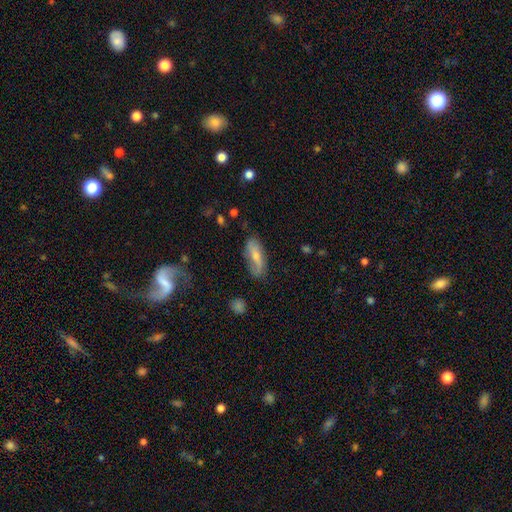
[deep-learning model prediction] A smooth galaxy with no disk features (54%) that is in between round and cigar-shaped (71%). Merging: none (72%).